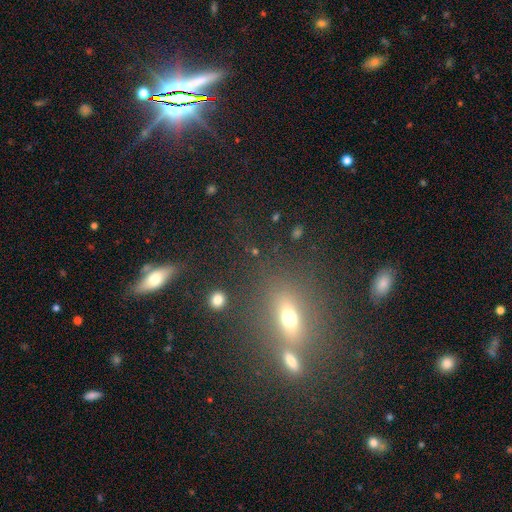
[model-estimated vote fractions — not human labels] Overall: star or artifact (40%; smooth 34%).